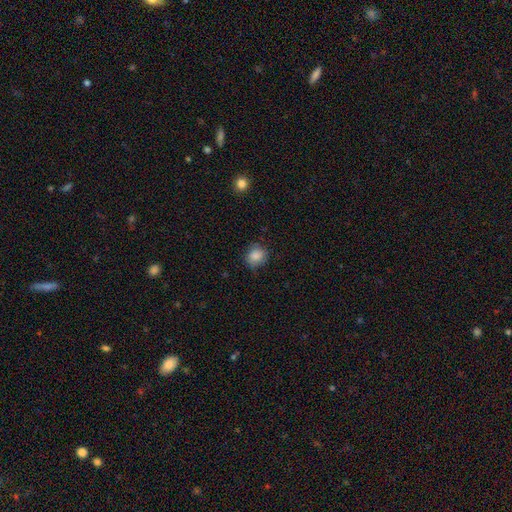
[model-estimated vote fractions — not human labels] Q: Smooth or featured?
A: smooth (86%); runner-up: star or artifact (9%)
Q: How rounded?
A: round (74%); runner-up: in between (25%)
Q: Merging?
A: none (77%); runner-up: minor disturbance (18%)